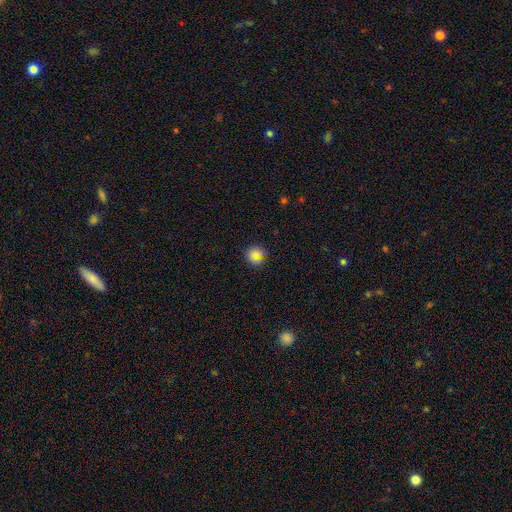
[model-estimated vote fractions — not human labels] This is likely a smooth galaxy (73%). How rounded: clearly round (91%). Merging: clearly none (82%).